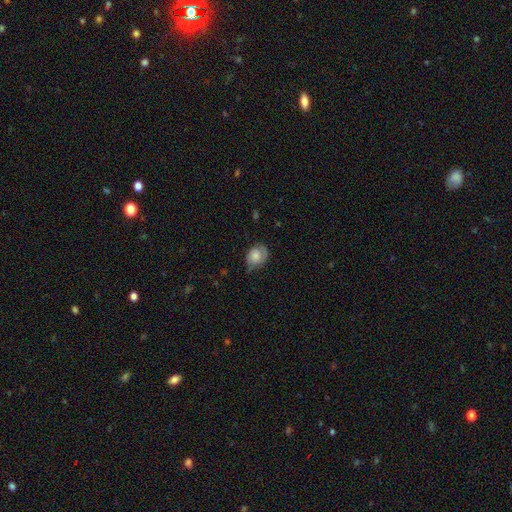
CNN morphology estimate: A smooth galaxy with no disk features (64%) that is in between round and cigar-shaped (58%).

Vote fractions:
- Smooth or featured? smooth: 64% / featured or disk: 28% / star or artifact: 8%
- How rounded? in between: 58% / round: 41% / cigar-shaped: 1%
- Merging? none: 56% / minor disturbance: 34% / major disturbance: 9% / merger: 1%